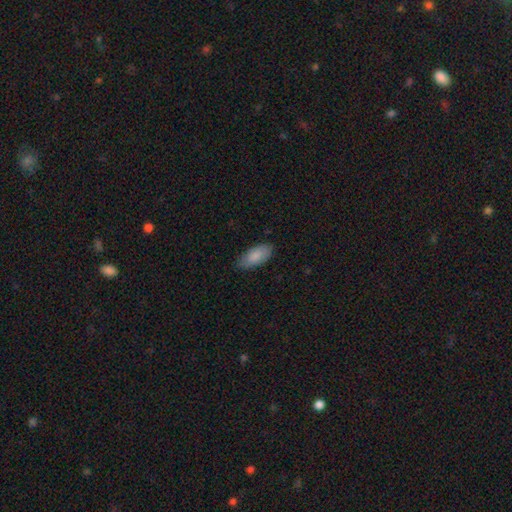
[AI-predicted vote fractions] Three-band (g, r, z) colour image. It shows a smooth galaxy with no disk features (86%) that is in between round and cigar-shaped (89%). Merging: none (79%).